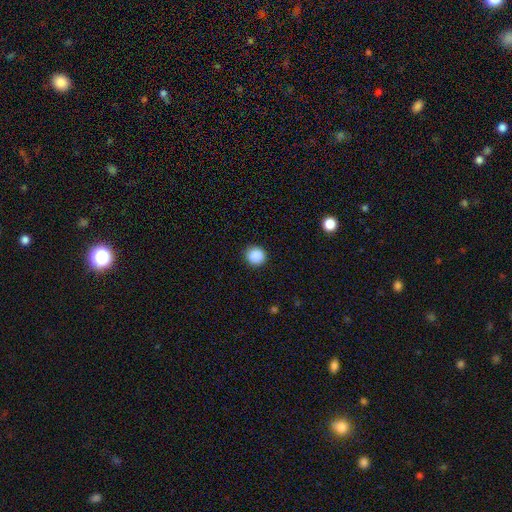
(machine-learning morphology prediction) smooth 88%, star or artifact 9%, featured or disk 2%. Down the decision tree: how rounded — round (92%); merging — none (91%).